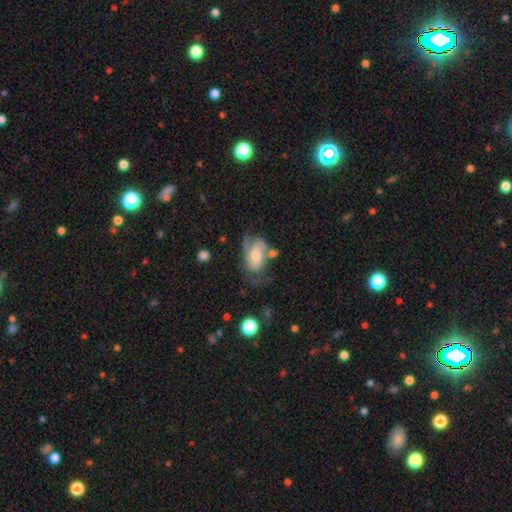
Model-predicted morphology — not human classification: Smooth or featured: featured or disk — 65% (smooth — 27%)
Edge-on disk: no — 95% (yes — 5%)
Bar: no — 57% (weak — 32%)
Spiral arms: yes — 84% (no — 16%)
Spiral winding: medium — 44% (tight — 28%)
Spiral arm count: 2 — 59% (can't tell — 19%)
Bulge size: moderate — 54% (small — 29%)
Merging: none — 40% (major disturbance — 25%)